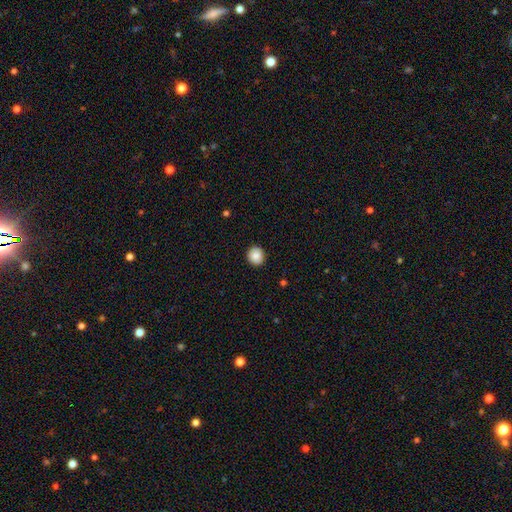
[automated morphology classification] This appears to be a smooth galaxy with no disk features (88%) that is round (84%). Merging: none (91%).